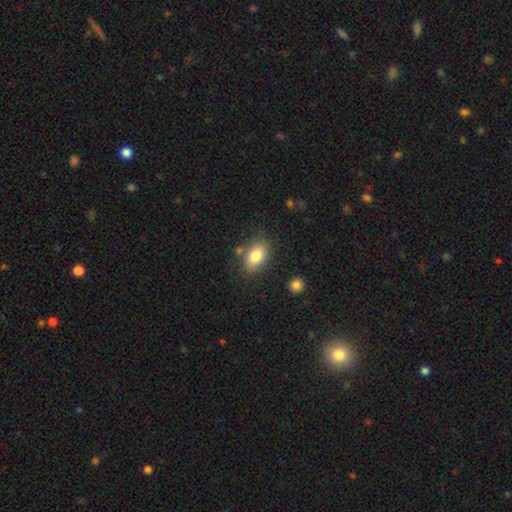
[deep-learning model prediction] smooth 81%, featured or disk 11%, star or artifact 8%. Down the decision tree: how rounded — in between (87%); merging — none (76%).